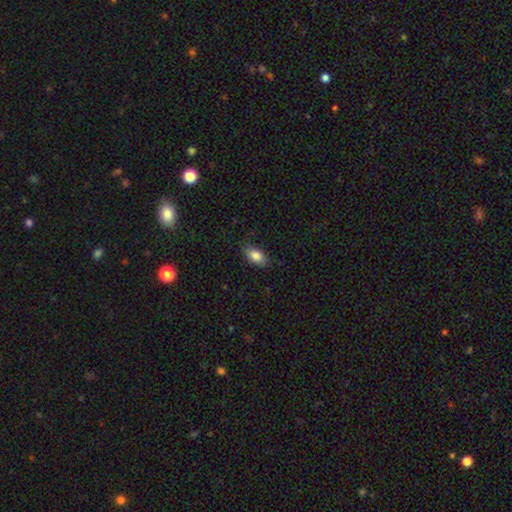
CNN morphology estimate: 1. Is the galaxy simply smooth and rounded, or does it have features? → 84% smooth, 8% featured or disk, 7% star or artifact.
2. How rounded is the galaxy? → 90% in between, 7% round, 4% cigar-shaped.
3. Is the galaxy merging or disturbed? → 82% none, 14% minor disturbance, 3% major disturbance, 1% merger.